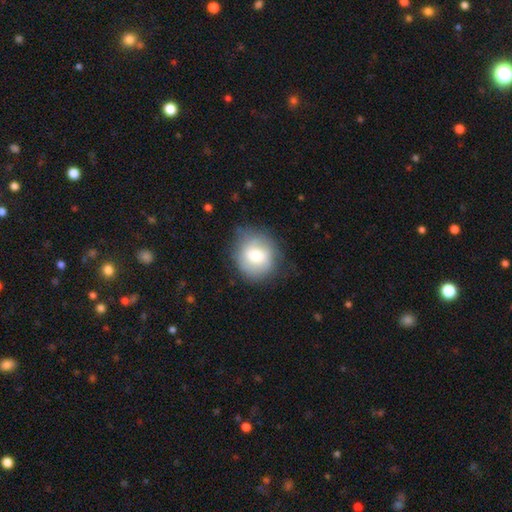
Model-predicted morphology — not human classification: Smooth or featured?
  - smooth: 67% *
  - featured or disk: 25%
  - star or artifact: 8%
How rounded?
  - round: 81% *
  - in between: 18%
  - cigar-shaped: 1%
Merging?
  - none: 72% *
  - minor disturbance: 20%
  - major disturbance: 7%
  - merger: 1%